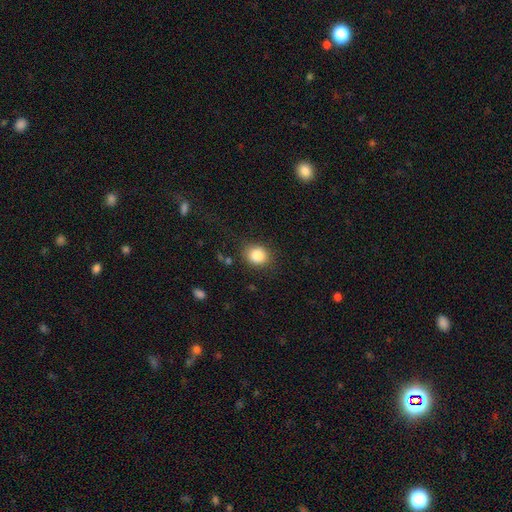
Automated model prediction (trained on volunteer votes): Smooth or featured?
  - smooth: 85% *
  - star or artifact: 10%
  - featured or disk: 5%
How rounded?
  - round: 69% *
  - in between: 30%
  - cigar-shaped: 1%
Merging?
  - none: 83% *
  - minor disturbance: 11%
  - major disturbance: 4%
  - merger: 2%